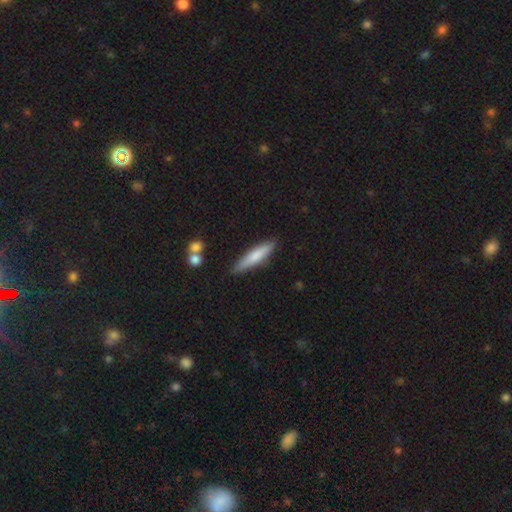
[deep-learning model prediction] Overall: smooth (71%). How rounded: cigar-shaped (85%). Merging: none (86%).